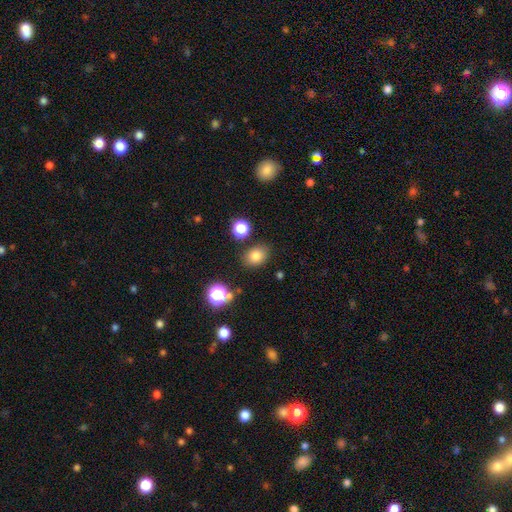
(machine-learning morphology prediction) smooth 80%, star or artifact 13%, featured or disk 7%. Down the decision tree: how rounded — in between (60%); merging — none (81%).